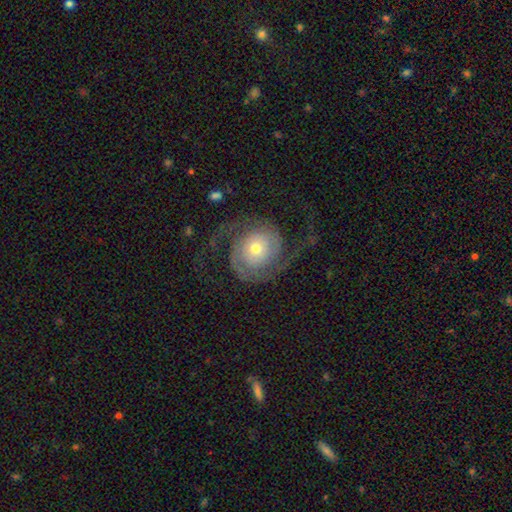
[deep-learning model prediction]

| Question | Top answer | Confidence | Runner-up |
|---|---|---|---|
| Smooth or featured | featured or disk | 83% | star or artifact (9%) |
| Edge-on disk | no | 98% | yes (2%) |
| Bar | no | 74% | weak (19%) |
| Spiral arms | yes | 97% | no (3%) |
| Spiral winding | tight | 48% | medium (40%) |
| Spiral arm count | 2 | 84% | can't tell (5%) |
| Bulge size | moderate | 59% | small (31%) |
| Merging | none | 78% | minor disturbance (12%) |